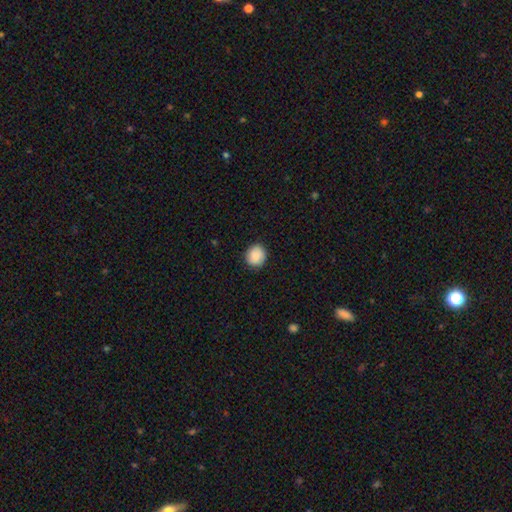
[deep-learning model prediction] Overall: smooth (88%). How rounded: round (88%). Merging: none (88%).